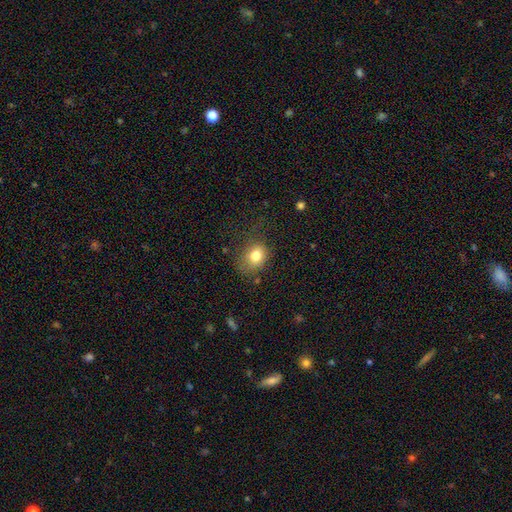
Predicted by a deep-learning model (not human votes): Smooth or featured? smooth (79%)
How rounded? in between (52%)
Merging? none (59%)